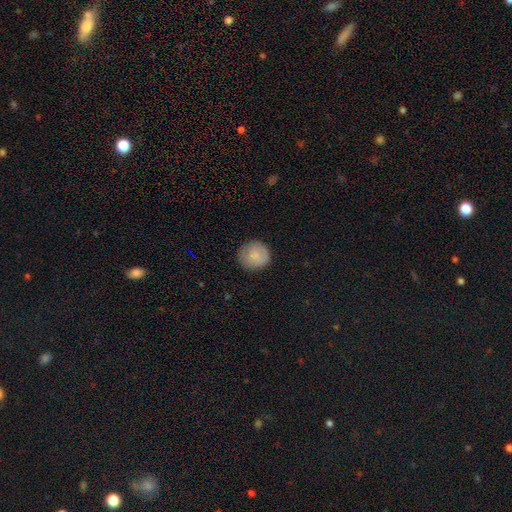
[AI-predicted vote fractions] A smooth galaxy with no disk features (82%) that is round (91%).

Vote fractions:
- Smooth or featured? smooth: 82% / featured or disk: 11% / star or artifact: 7%
- How rounded? round: 91% / in between: 8% / cigar-shaped: 1%
- Merging? none: 83% / minor disturbance: 13% / major disturbance: 3% / merger: 1%